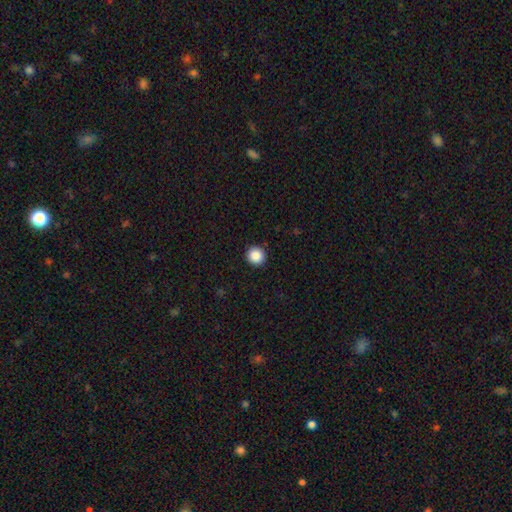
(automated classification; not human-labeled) Smooth or featured? Predicted: smooth (p=0.88). How rounded? Predicted: round (p=0.95). Merging? Predicted: none (p=0.93).